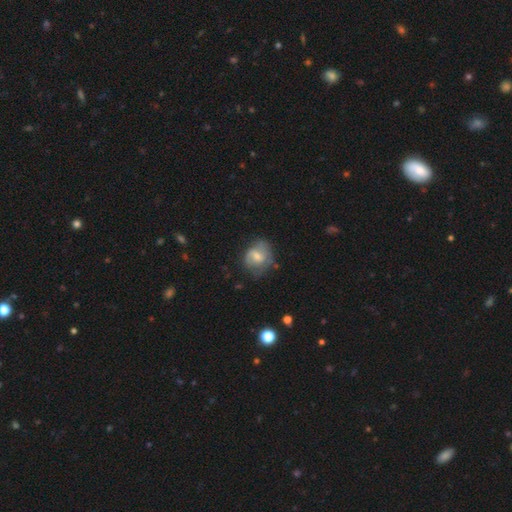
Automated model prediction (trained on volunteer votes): smooth 48%, featured or disk 44%, star or artifact 8%. Down the decision tree: merging — none (53%).